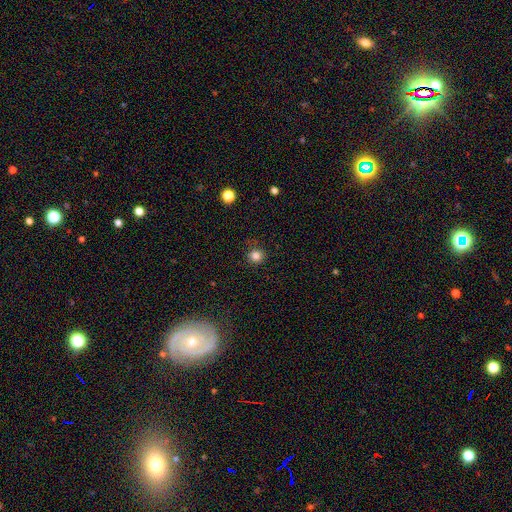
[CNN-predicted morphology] Q: Smooth or featured?
A: smooth (83%); runner-up: star or artifact (13%)
Q: How rounded?
A: round (92%); runner-up: in between (7%)
Q: Merging?
A: none (84%); runner-up: minor disturbance (11%)